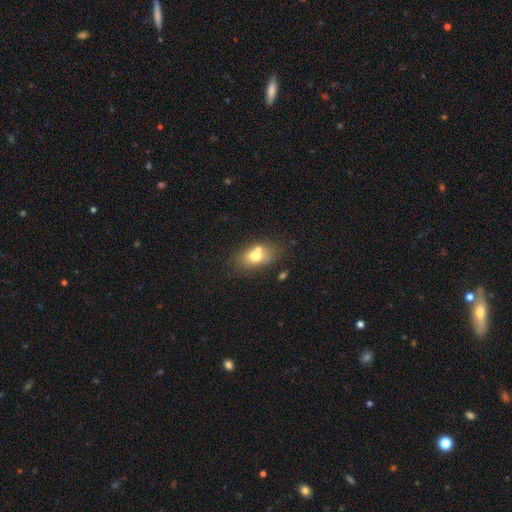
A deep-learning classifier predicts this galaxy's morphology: type=smooth (70%); roundness=in between (79%); merging=none (57%).